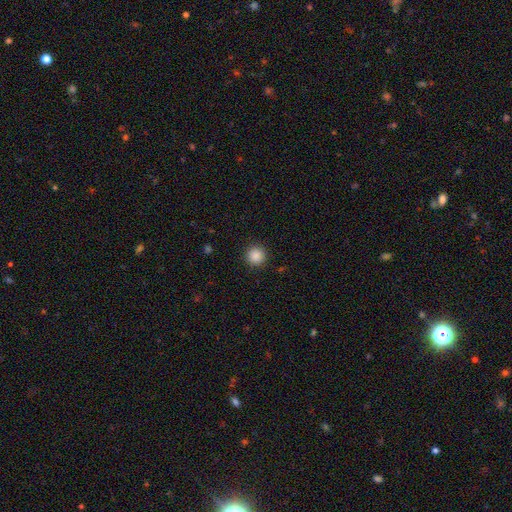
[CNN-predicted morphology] Smooth or featured?
  - smooth: 87% *
  - star or artifact: 10%
  - featured or disk: 3%
How rounded?
  - round: 95% *
  - in between: 4%
  - cigar-shaped: 1%
Merging?
  - none: 92% *
  - minor disturbance: 5%
  - major disturbance: 2%
  - merger: 1%